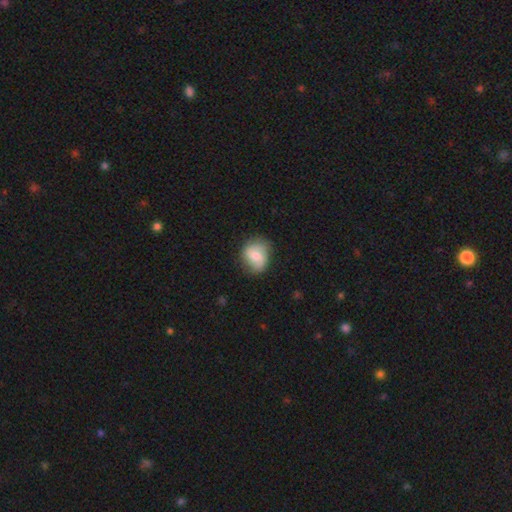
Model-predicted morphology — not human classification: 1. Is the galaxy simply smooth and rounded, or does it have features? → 62% smooth, 31% featured or disk, 7% star or artifact.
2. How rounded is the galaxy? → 59% round, 40% in between, 1% cigar-shaped.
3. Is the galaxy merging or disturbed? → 70% none, 23% minor disturbance, 6% major disturbance, 1% merger.